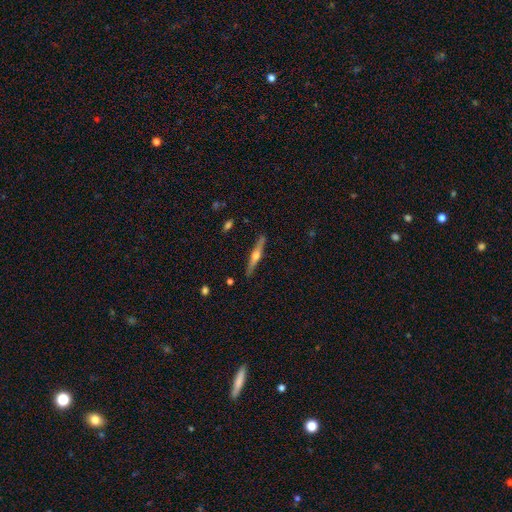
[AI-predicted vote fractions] This is likely a featured or disk galaxy (66%). It is clearly viewed edge-on (97%). Edge-on bulge: clearly rounded (90%). Merging: clearly none (89%).